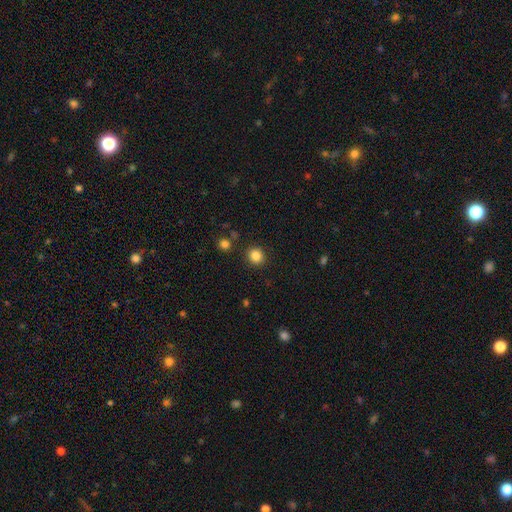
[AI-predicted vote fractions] Smooth or featured? smooth (84%)
How rounded? round (89%)
Merging? none (89%)